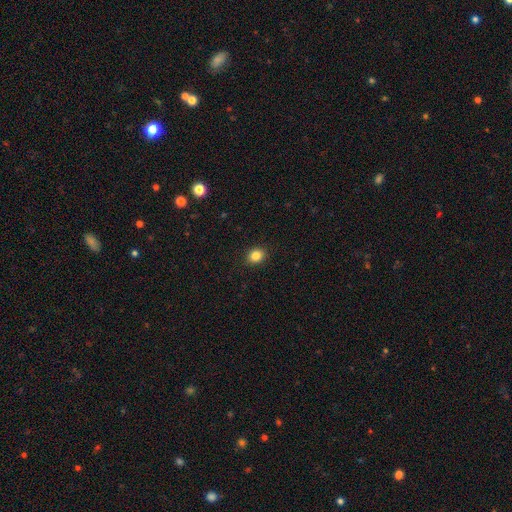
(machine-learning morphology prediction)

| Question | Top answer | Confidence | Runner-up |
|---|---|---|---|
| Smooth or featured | smooth | 84% | star or artifact (11%) |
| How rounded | round | 63% | in between (36%) |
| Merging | none | 91% | minor disturbance (6%) |